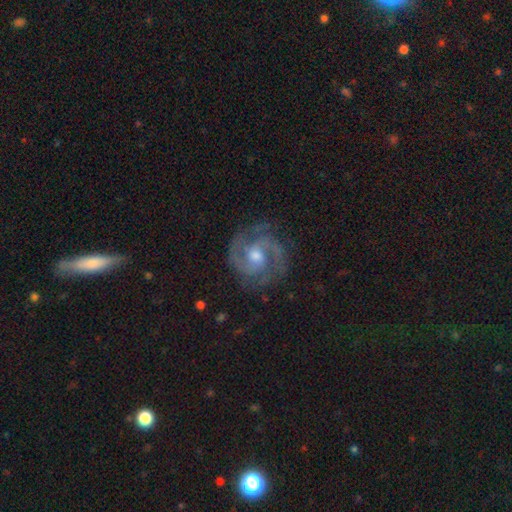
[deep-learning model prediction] Smooth or featured?
  - featured or disk: 90% *
  - smooth: 5%
  - star or artifact: 5%
Edge-on disk?
  - no: 98% *
  - yes: 2%
Bar?
  - no: 49% *
  - weak: 42%
  - strong: 9%
Spiral arms?
  - yes: 98% *
  - no: 2%
Spiral winding?
  - medium: 49% *
  - tight: 43%
  - loose: 8%
Spiral arm count?
  - 2: 68% *
  - 3: 18%
  - can't tell: 6%
  - 4: 3%
  - 1: 3%
  - more than 4: 2%
Bulge size?
  - moderate: 66% *
  - small: 24%
  - large: 6%
  - none: 2%
  - dominant: 1%
Merging?
  - none: 78% *
  - minor disturbance: 15%
  - major disturbance: 6%
  - merger: 1%